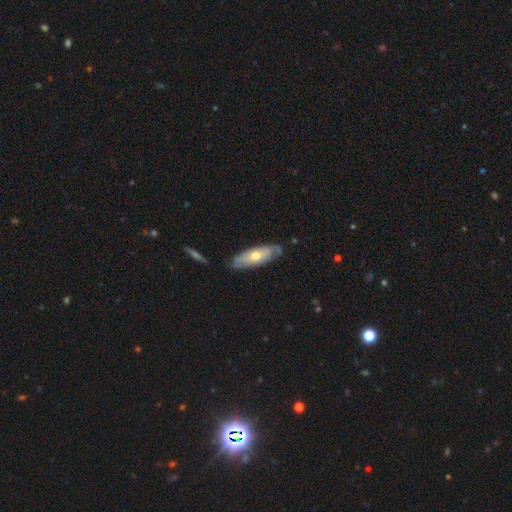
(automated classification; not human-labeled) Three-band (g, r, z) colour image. It shows a featured or disk galaxy (48%). Merging: none (77%).